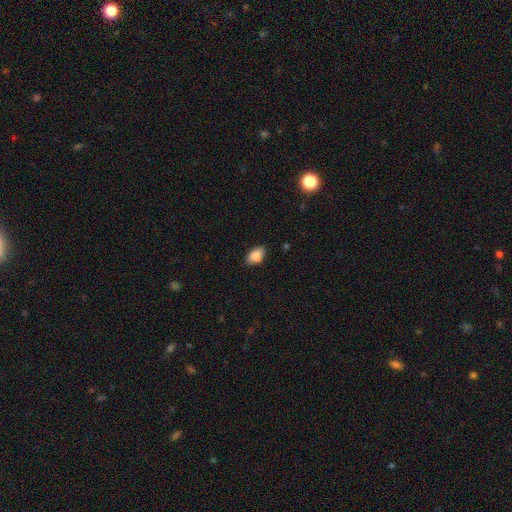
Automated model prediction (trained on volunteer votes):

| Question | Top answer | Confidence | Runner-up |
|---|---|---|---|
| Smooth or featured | smooth | 85% | star or artifact (8%) |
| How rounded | in between | 90% | round (8%) |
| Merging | none | 72% | minor disturbance (21%) |